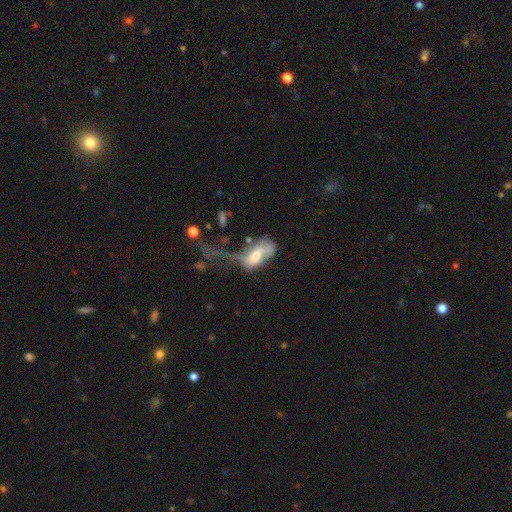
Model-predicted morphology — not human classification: smooth-or-featured: smooth: 56% | featured or disk: 36% | star or artifact: 9%
  how-rounded: in between: 88% | cigar-shaped: 8% | round: 4%
  merging: major disturbance: 52% | minor disturbance: 19% | none: 18% | merger: 12%